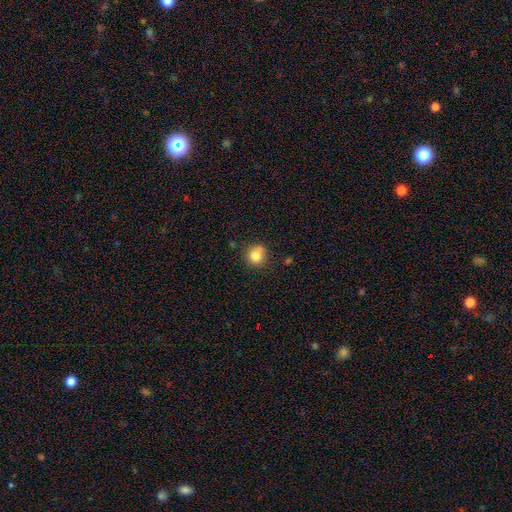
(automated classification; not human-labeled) Smooth or featured? smooth (82%)
How rounded? round (86%)
Merging? none (74%)